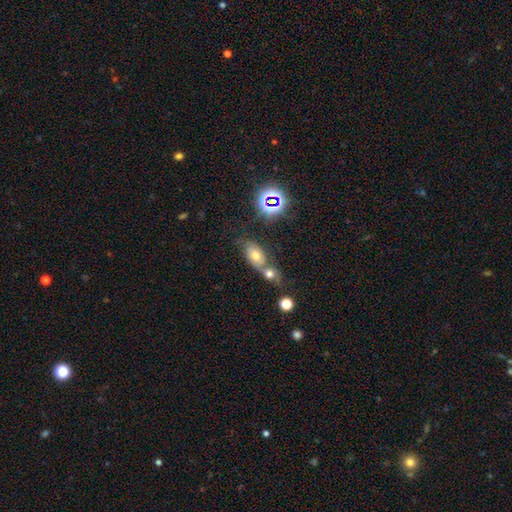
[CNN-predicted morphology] Overall: smooth (58%; featured or disk 23%). How rounded: in between (80%). Merging: merger (46%; none 36%).